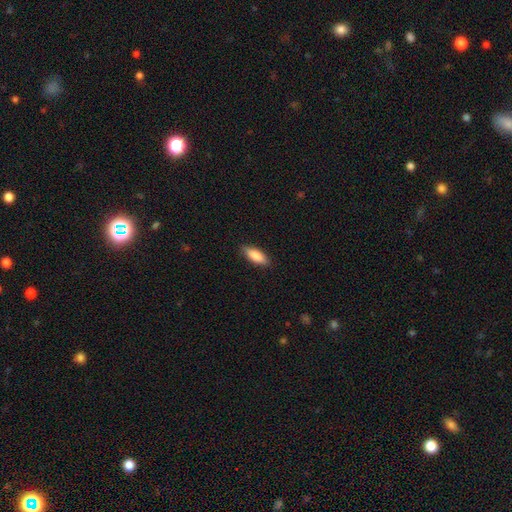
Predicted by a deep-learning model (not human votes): Smooth or featured?
  - smooth: 85% *
  - featured or disk: 10%
  - star or artifact: 6%
How rounded?
  - in between: 69% *
  - cigar-shaped: 29%
  - round: 2%
Merging?
  - none: 87% *
  - minor disturbance: 10%
  - major disturbance: 2%
  - merger: 1%